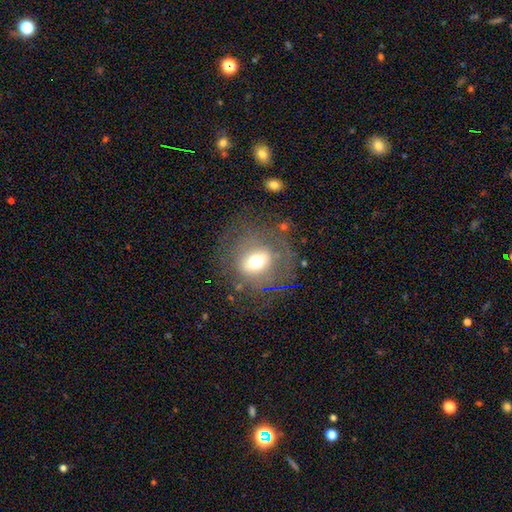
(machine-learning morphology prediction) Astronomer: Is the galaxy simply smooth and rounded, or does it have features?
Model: smooth — 40% (runner-up: featured or disk, 34%).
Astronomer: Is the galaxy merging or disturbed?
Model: none — 78%.